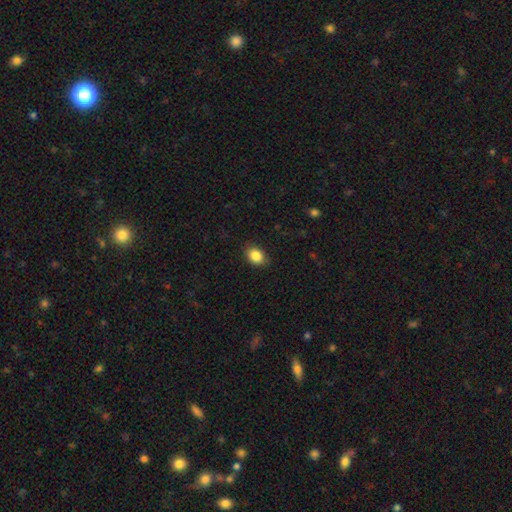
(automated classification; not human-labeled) Smooth or featured? Predicted: smooth (p=0.87). How rounded? Predicted: in between (p=0.71). Merging? Predicted: none (p=0.85).